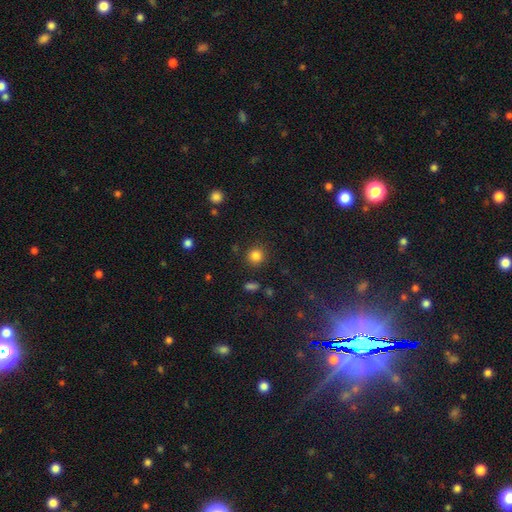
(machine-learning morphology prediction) smooth 83%, star or artifact 12%, featured or disk 5%. Down the decision tree: how rounded — round (91%); merging — none (88%).